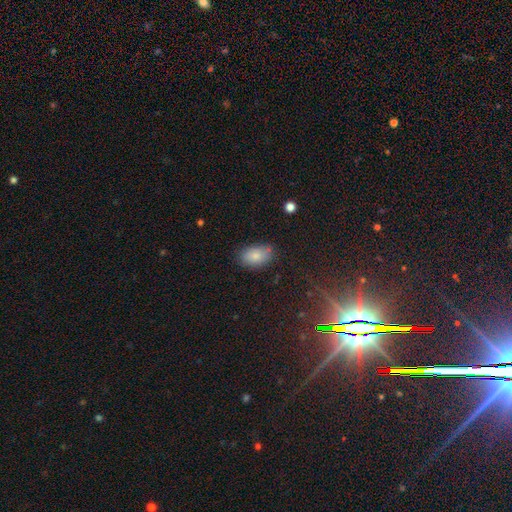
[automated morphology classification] smooth 82%, featured or disk 9%, star or artifact 9%. Down the decision tree: how rounded — in between (89%); merging — none (76%).